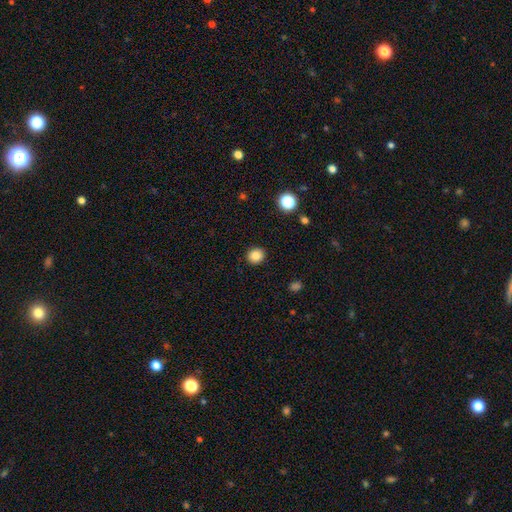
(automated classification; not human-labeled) Morphology: type=smooth (85%); roundness=round (83%); merging=none (91%).